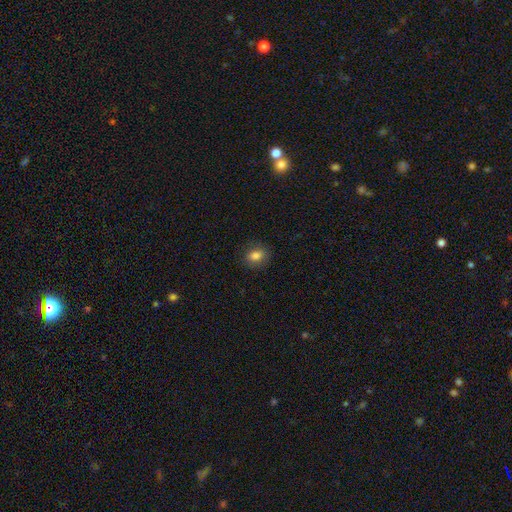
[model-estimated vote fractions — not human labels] smooth 82%, star or artifact 10%, featured or disk 7%. Down the decision tree: how rounded — in between (57%); merging — none (85%).